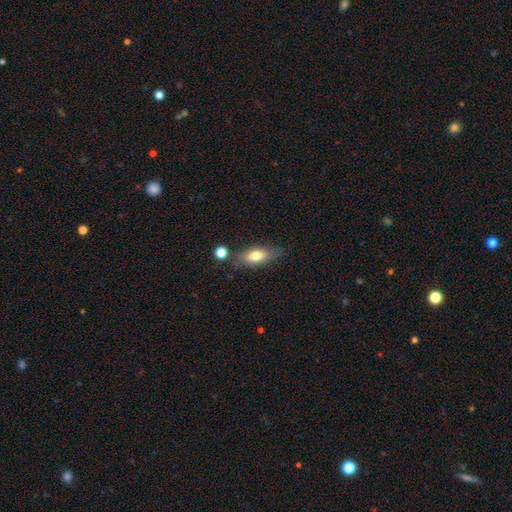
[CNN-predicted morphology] Smooth or featured: smooth — 68% (featured or disk — 24%)
How rounded: in between — 71% (cigar-shaped — 25%)
Merging: none — 72% (minor disturbance — 16%)